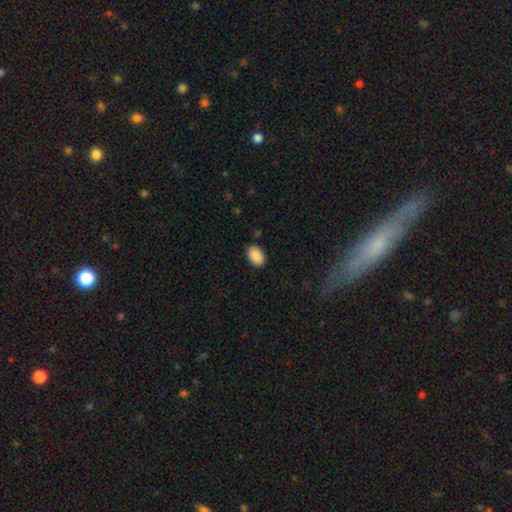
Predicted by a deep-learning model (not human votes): Smooth or featured? smooth (90%)
How rounded? in between (86%)
Merging? none (87%)